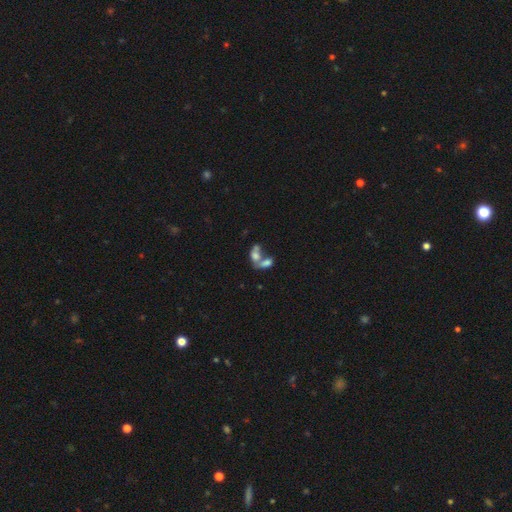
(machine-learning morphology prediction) A smooth galaxy with no disk features (65%) that is in between round and cigar-shaped (84%).

Vote fractions:
- Smooth or featured? smooth: 65% / featured or disk: 24% / star or artifact: 11%
- How rounded? in between: 84% / round: 12% / cigar-shaped: 4%
- Merging? merger: 67% / none: 18% / minor disturbance: 7% / major disturbance: 7%